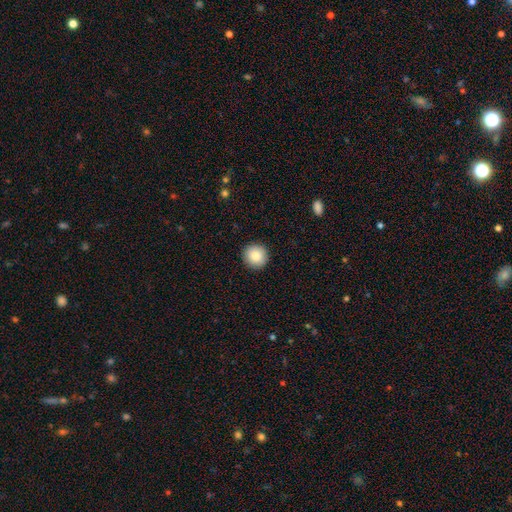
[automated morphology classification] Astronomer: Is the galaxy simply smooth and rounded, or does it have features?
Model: smooth — 87%.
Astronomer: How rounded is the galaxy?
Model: round — 95%.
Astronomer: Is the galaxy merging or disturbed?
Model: none — 93%.